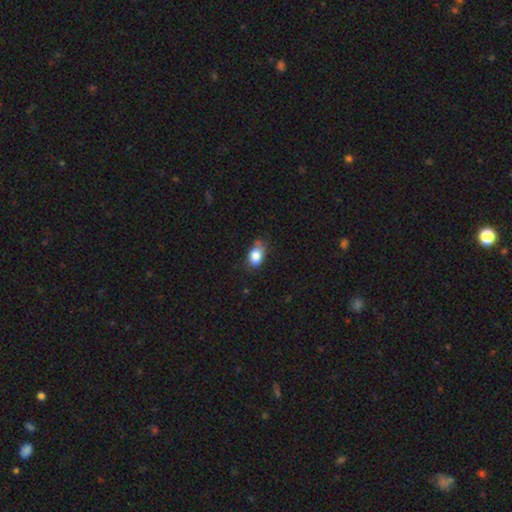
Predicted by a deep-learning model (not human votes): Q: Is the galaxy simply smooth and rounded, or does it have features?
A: smooth — 85%.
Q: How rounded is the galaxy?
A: in between — 82%.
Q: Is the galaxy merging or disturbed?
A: none — 63%.